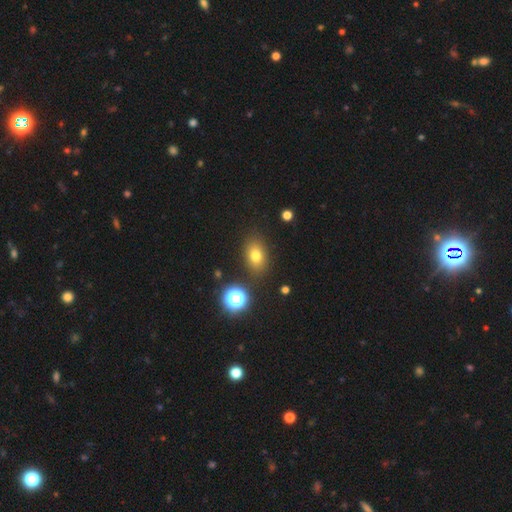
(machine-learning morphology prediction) smooth 74%, star or artifact 15%, featured or disk 11%. Down the decision tree: how rounded — in between (71%); merging — none (83%).